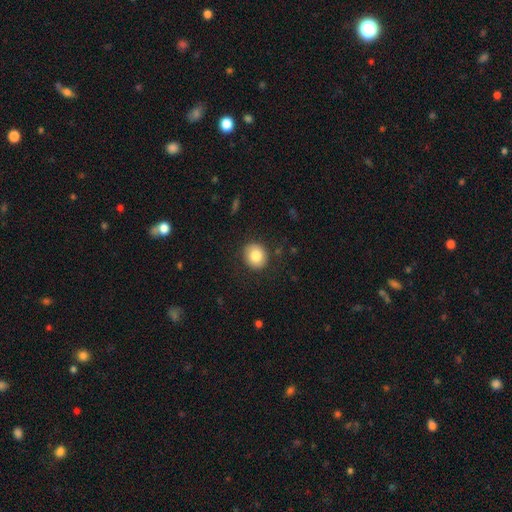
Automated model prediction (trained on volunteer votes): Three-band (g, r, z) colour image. It shows a smooth galaxy with no disk features (82%) that is round (79%). Merging: none (87%).